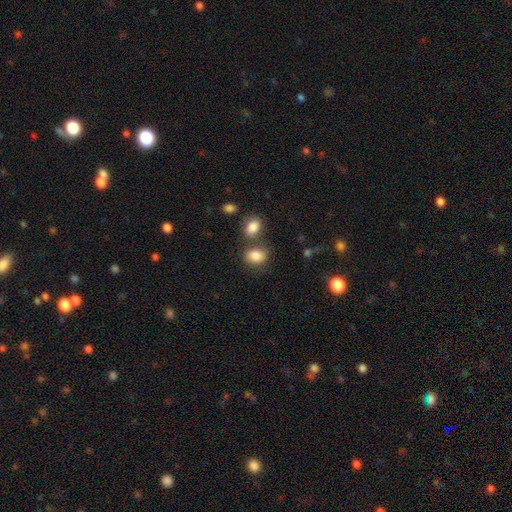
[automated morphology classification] smooth_or_featured: smooth (p=0.84) [alt: star or artifact p=0.09]
how_rounded: in between (p=0.62) [alt: round p=0.37]
merging: none (p=0.58) [alt: merger p=0.23]